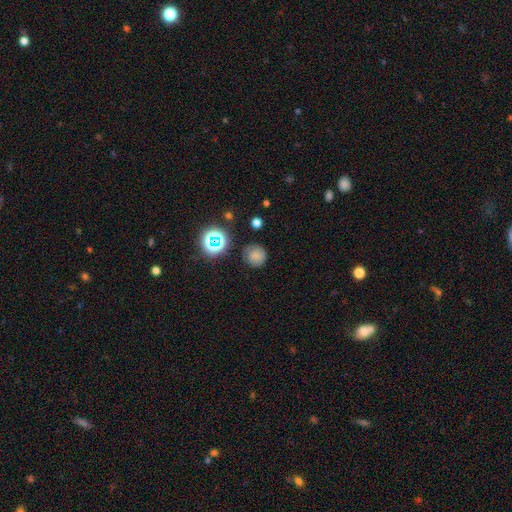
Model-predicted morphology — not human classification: smooth 70%, star or artifact 18%, featured or disk 12%. Down the decision tree: how rounded — round (92%); merging — none (80%).